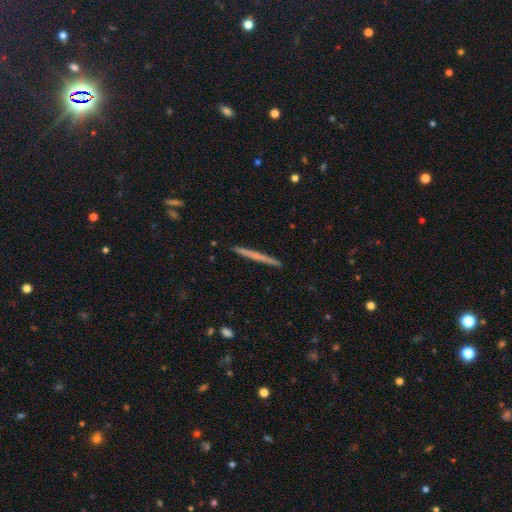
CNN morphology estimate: A smooth galaxy with no disk features (50%) that is cigar-shaped (97%). Merging: none (93%).